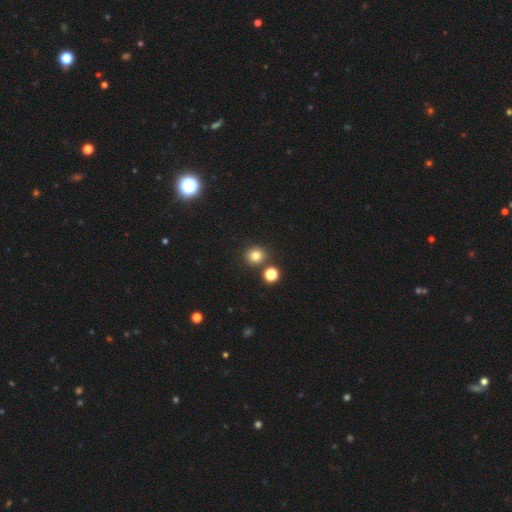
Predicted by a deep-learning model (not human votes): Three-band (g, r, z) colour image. It shows a smooth galaxy with no disk features (79%) that is round (90%). Merging: none (82%).